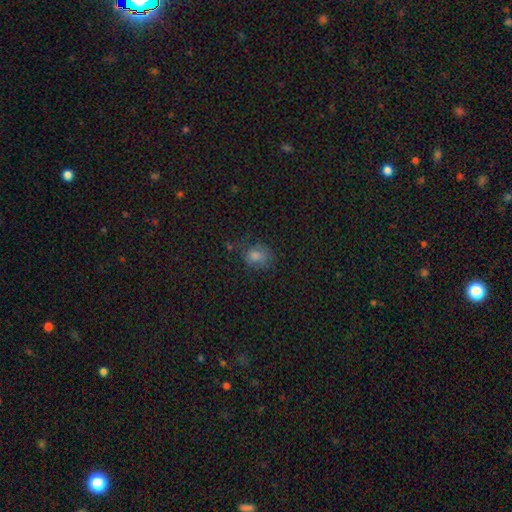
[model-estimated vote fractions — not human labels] Smooth or featured?
  - smooth: 73% *
  - star or artifact: 18%
  - featured or disk: 9%
How rounded?
  - round: 57% *
  - in between: 42%
  - cigar-shaped: 1%
Merging?
  - none: 67% *
  - minor disturbance: 22%
  - major disturbance: 8%
  - merger: 3%